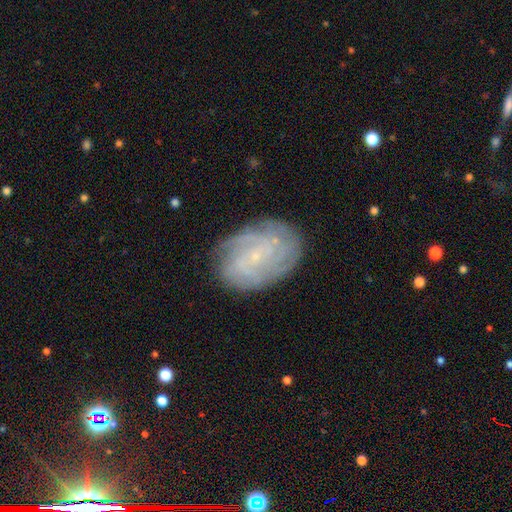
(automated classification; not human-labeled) Smooth or featured?
  - featured or disk: 74% *
  - smooth: 17%
  - star or artifact: 9%
Edge-on disk?
  - no: 97% *
  - yes: 3%
Bar?
  - no: 64% *
  - weak: 30%
  - strong: 6%
Spiral arms?
  - yes: 91% *
  - no: 9%
Spiral winding?
  - tight: 66% *
  - medium: 26%
  - loose: 8%
Spiral arm count?
  - can't tell: 43% *
  - 4: 16%
  - 3: 12%
  - 2: 12%
  - more than 4: 9%
  - 1: 7%
Bulge size?
  - small: 85% *
  - moderate: 8%
  - none: 5%
  - large: 1%
  - dominant: 1%
Merging?
  - none: 80% *
  - minor disturbance: 15%
  - major disturbance: 4%
  - merger: 1%